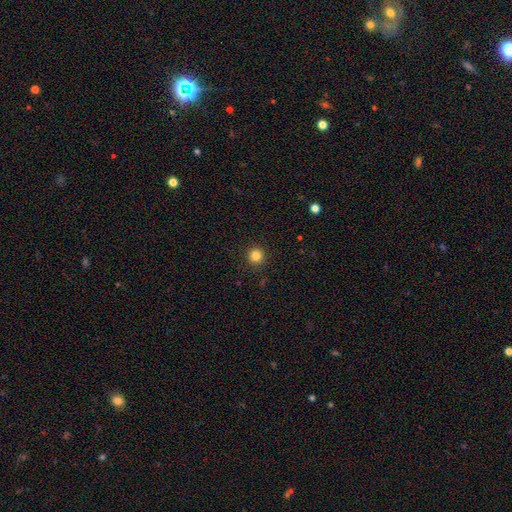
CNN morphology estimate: smooth-or-featured: smooth: 84% | star or artifact: 12% | featured or disk: 4%
  how-rounded: round: 95% | in between: 4% | cigar-shaped: 1%
  merging: none: 92% | minor disturbance: 5% | major disturbance: 2% | merger: 1%